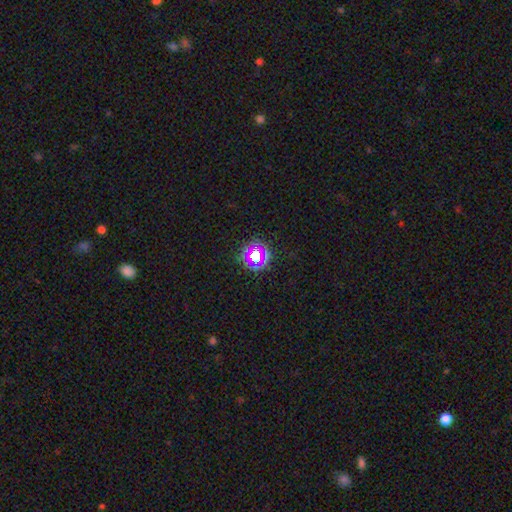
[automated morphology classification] This appears to be a star or artifact, not a galaxy (64%).